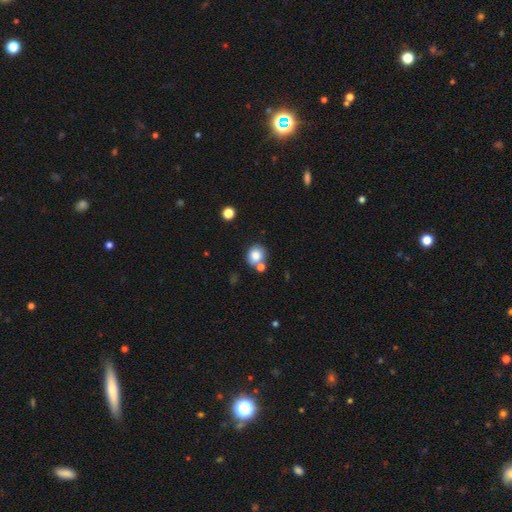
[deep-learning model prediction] A smooth galaxy with no disk features (82%) that is round (79%). Merging: none (62%).